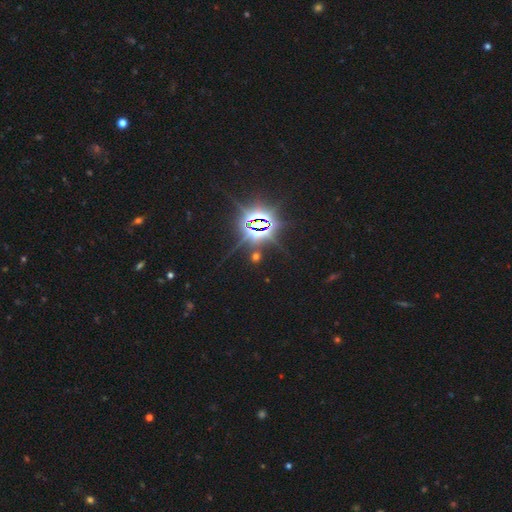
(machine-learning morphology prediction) smooth-or-featured: star or artifact: 84% | featured or disk: 8% | smooth: 8%